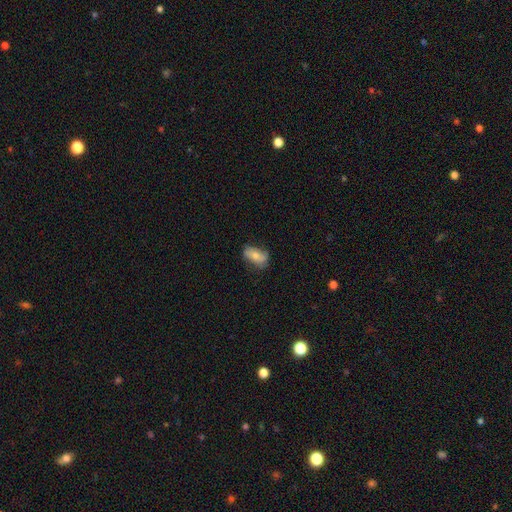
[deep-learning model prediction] The model was most divided on "smooth or featured": smooth: 61%, featured or disk: 31%, star or artifact: 8%. More confident: how rounded — in between (89%); merging — none (63%).